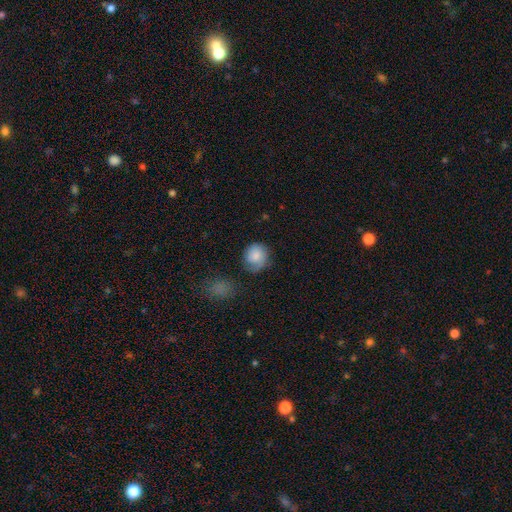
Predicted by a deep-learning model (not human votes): Q: Smooth or featured?
A: smooth (78%); runner-up: featured or disk (15%)
Q: How rounded?
A: round (77%); runner-up: in between (22%)
Q: Merging?
A: none (60%); runner-up: minor disturbance (27%)